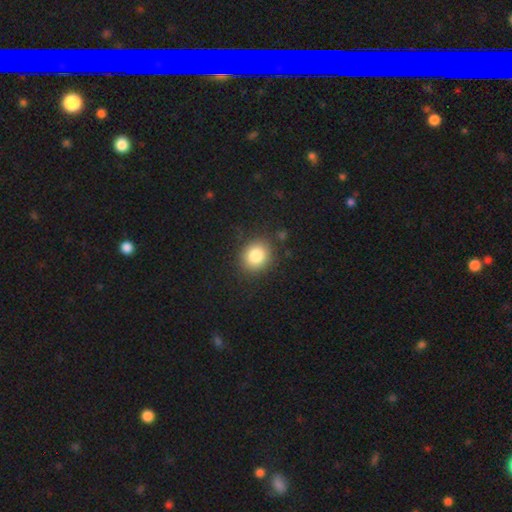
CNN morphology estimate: The model was most divided on "how rounded": round: 74%, in between: 25%, cigar-shaped: 1%. More confident: merging — none (87%); smooth or featured — smooth (83%).